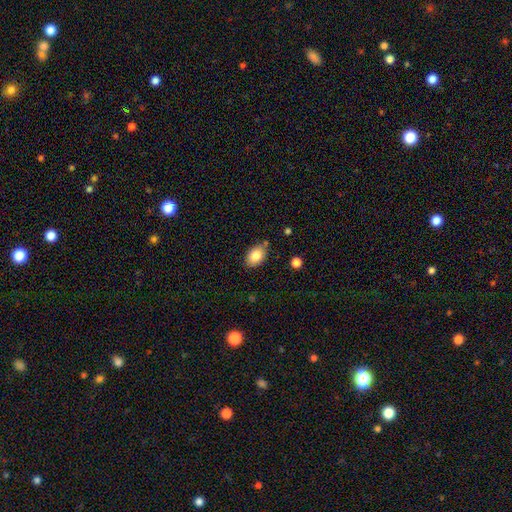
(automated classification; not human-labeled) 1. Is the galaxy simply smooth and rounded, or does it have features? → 84% smooth, 8% featured or disk, 8% star or artifact.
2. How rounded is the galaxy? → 86% in between, 13% round, 1% cigar-shaped.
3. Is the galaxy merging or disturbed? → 79% none, 15% minor disturbance, 4% merger, 3% major disturbance.